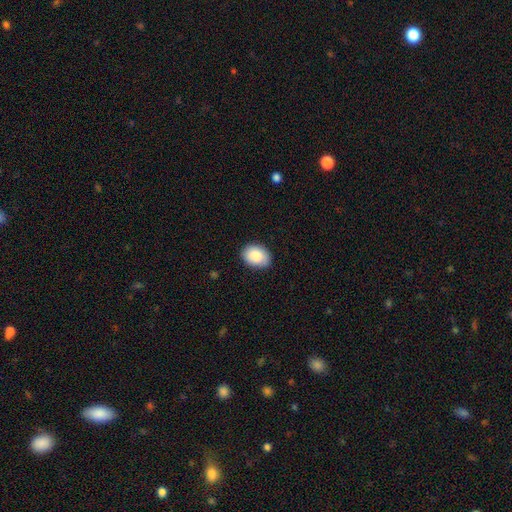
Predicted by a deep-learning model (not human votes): Smooth or featured? smooth (87%)
How rounded? in between (72%)
Merging? none (84%)